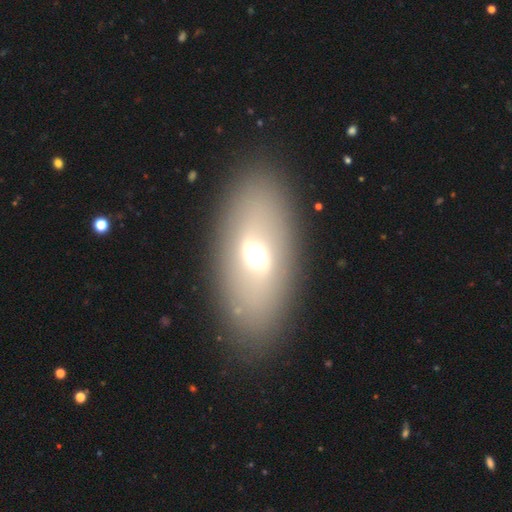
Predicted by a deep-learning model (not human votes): Overall: smooth (47%; featured or disk 42%). Merging: none (88%).